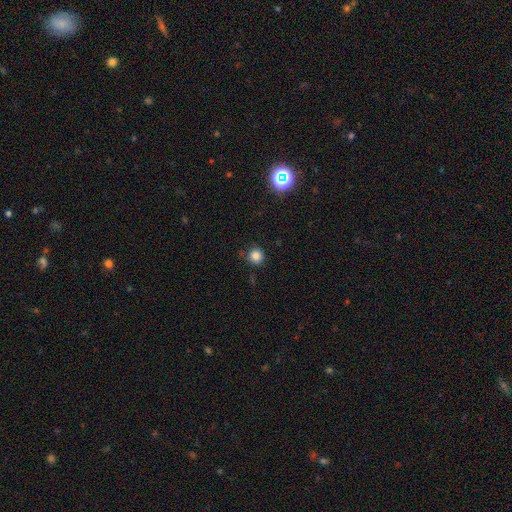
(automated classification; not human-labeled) A smooth galaxy with no disk features (82%) that is round (93%). Merging: none (85%).